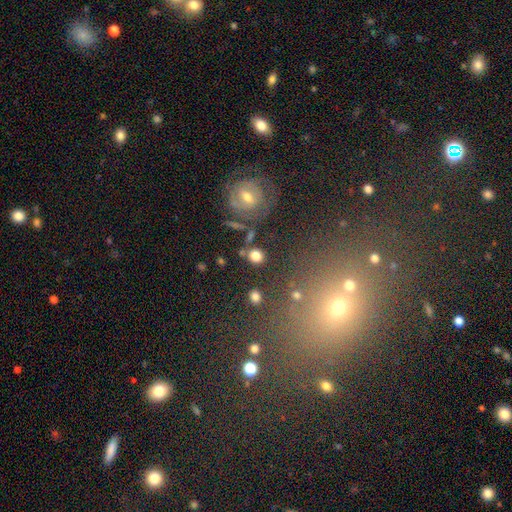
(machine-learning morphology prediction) The model was most divided on "how rounded": round: 72%, in between: 26%, cigar-shaped: 2%. More confident: smooth or featured — smooth (79%); merging — none (73%).